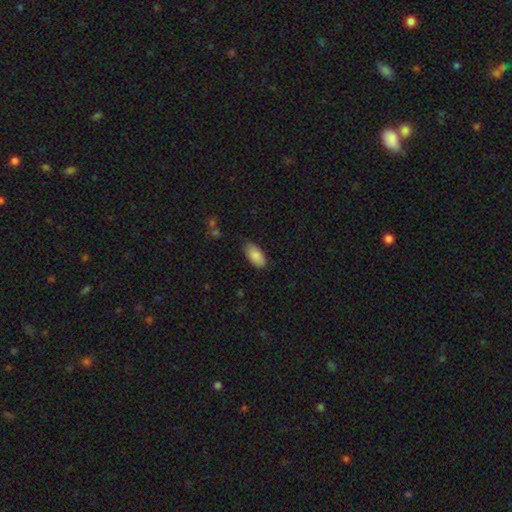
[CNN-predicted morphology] Overall: smooth (88%). How rounded: in between (93%). Merging: none (80%).